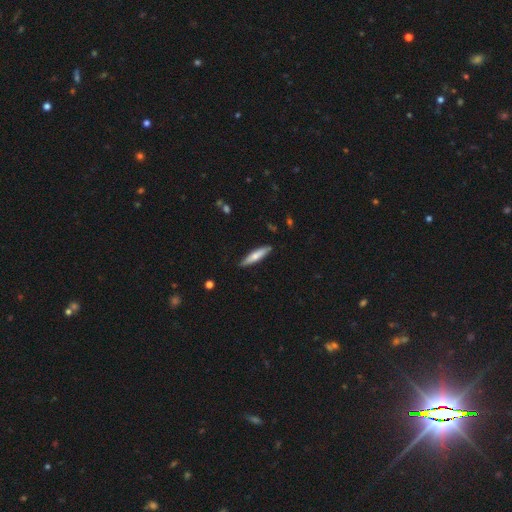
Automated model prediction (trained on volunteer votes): Q: Smooth or featured?
A: smooth (61%); runner-up: featured or disk (33%)
Q: How rounded?
A: cigar-shaped (83%); runner-up: in between (16%)
Q: Merging?
A: none (88%); runner-up: minor disturbance (9%)